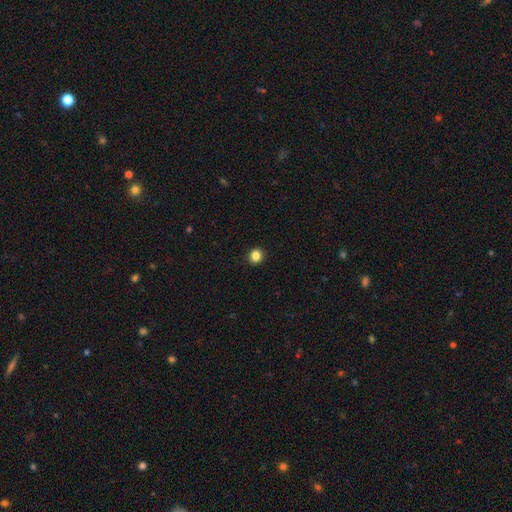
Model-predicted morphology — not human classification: Smooth or featured?
  - smooth: 85% *
  - star or artifact: 11%
  - featured or disk: 4%
How rounded?
  - round: 87% *
  - in between: 12%
  - cigar-shaped: 1%
Merging?
  - none: 93% *
  - minor disturbance: 4%
  - major disturbance: 1%
  - merger: 1%